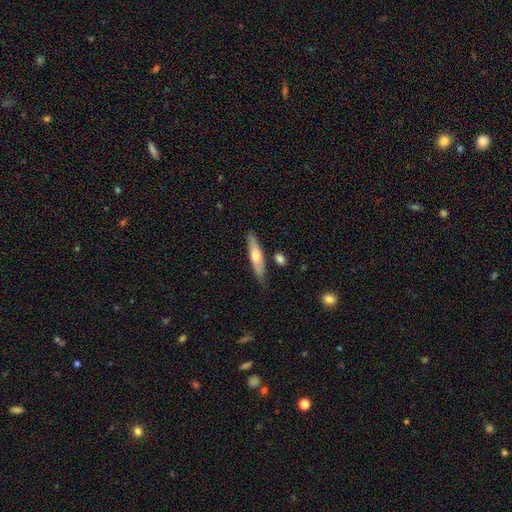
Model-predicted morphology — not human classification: smooth 56%, featured or disk 39%, star or artifact 6%. Down the decision tree: how rounded — cigar-shaped (82%); merging — none (78%).